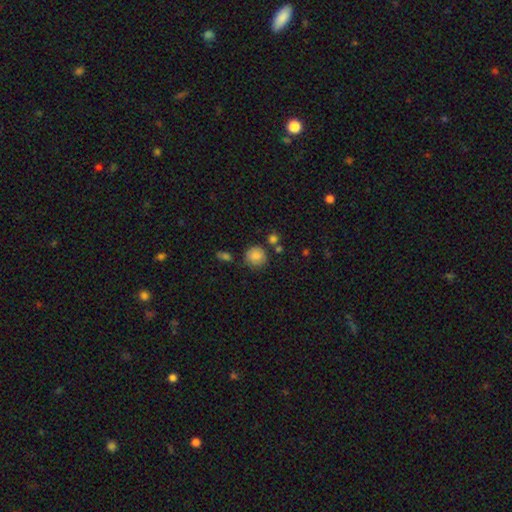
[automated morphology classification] Overall: smooth (83%). How rounded: round (88%). Merging: none (72%).